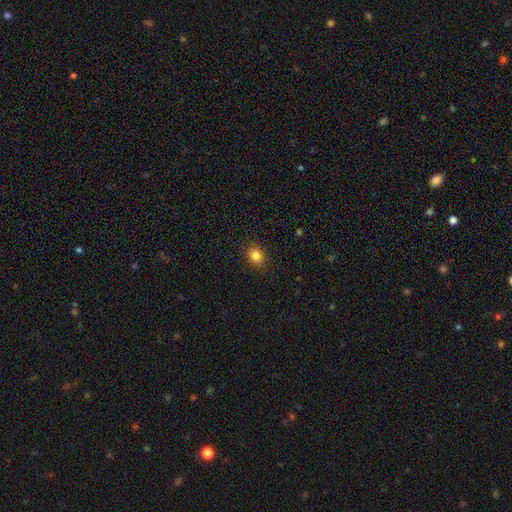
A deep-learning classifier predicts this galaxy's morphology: type=smooth (84%); roundness=round (78%); merging=none (90%).